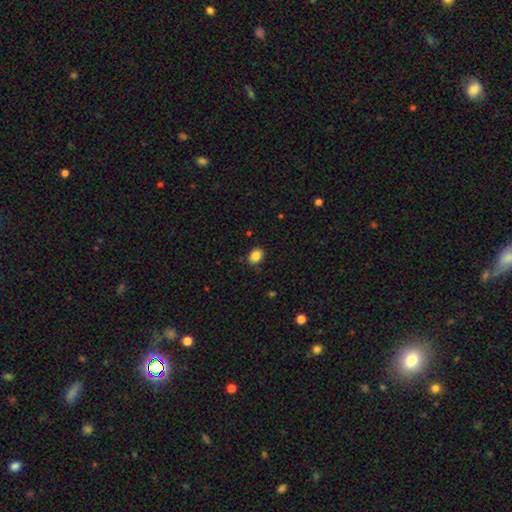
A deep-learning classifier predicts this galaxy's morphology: A smooth galaxy with no disk features (86%) that is round (53%).

Vote fractions:
- Smooth or featured? smooth: 86% / star or artifact: 10% / featured or disk: 4%
- How rounded? round: 53% / in between: 46% / cigar-shaped: 1%
- Merging? none: 85% / minor disturbance: 11% / major disturbance: 3% / merger: 1%